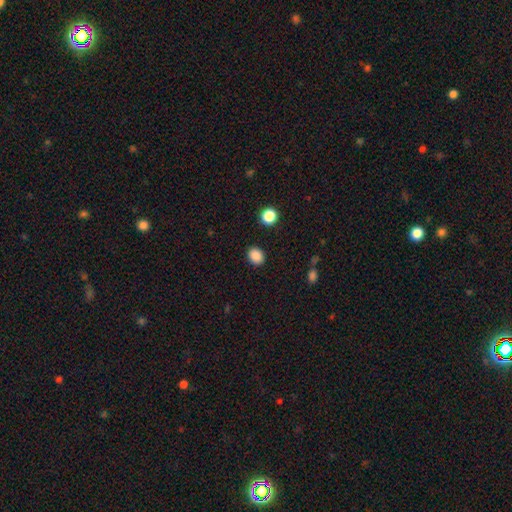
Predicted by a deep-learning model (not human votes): Smooth or featured: smooth — 87% (star or artifact — 10%)
How rounded: round — 54% (in between — 45%)
Merging: none — 88% (minor disturbance — 8%)